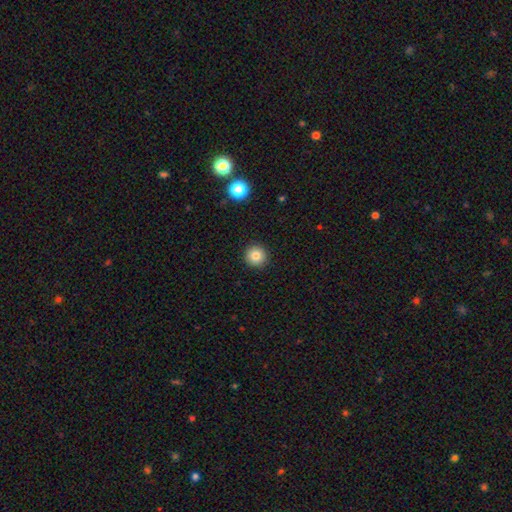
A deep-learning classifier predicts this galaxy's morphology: This is clearly a smooth galaxy (82%). How rounded: clearly round (95%). Merging: clearly none (92%).